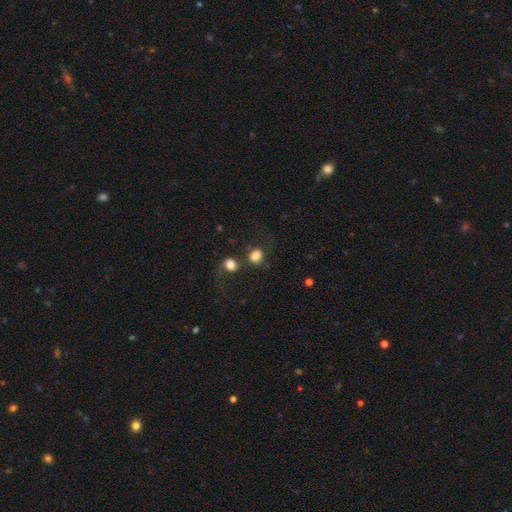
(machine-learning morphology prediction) The model was most divided on "merging": none: 54%, merger: 23%, minor disturbance: 12%, major disturbance: 11%. More confident: smooth or featured — smooth (81%); how rounded — round (76%).